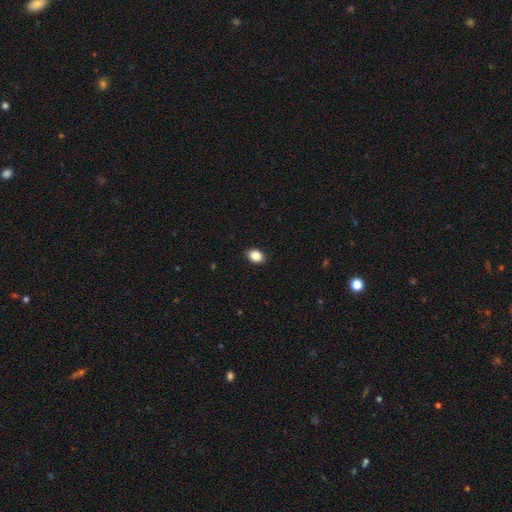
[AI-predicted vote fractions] smooth 87%, star or artifact 8%, featured or disk 4%. Down the decision tree: how rounded — in between (71%); merging — none (89%).